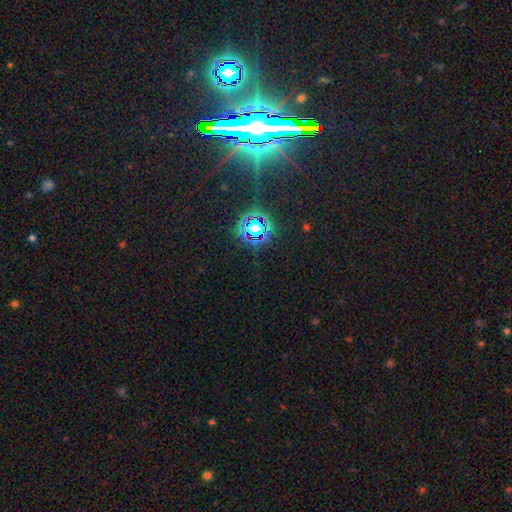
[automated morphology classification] star or artifact 79%, featured or disk 11%, smooth 10%.